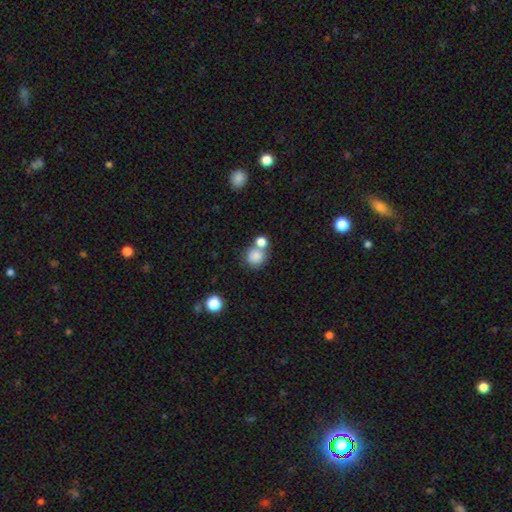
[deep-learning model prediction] smooth 83%, star or artifact 10%, featured or disk 8%. Down the decision tree: how rounded — round (86%); merging — none (50%).